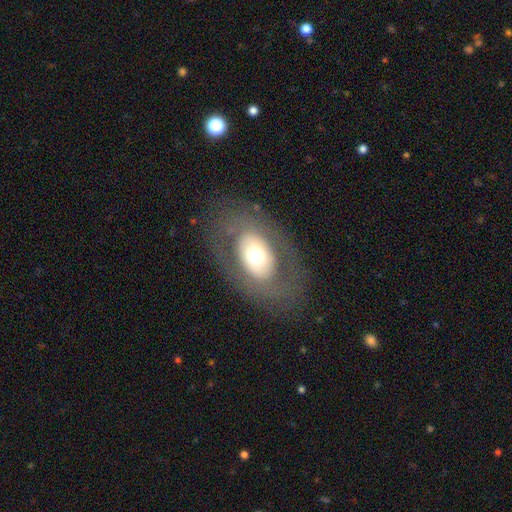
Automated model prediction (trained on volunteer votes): Overall: smooth (48%; featured or disk 43%). Merging: none (78%).